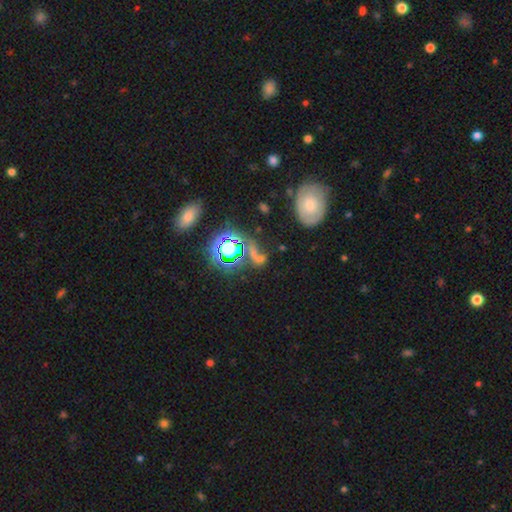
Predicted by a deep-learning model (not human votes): Q: Smooth or featured?
A: star or artifact (50%); runner-up: smooth (35%)